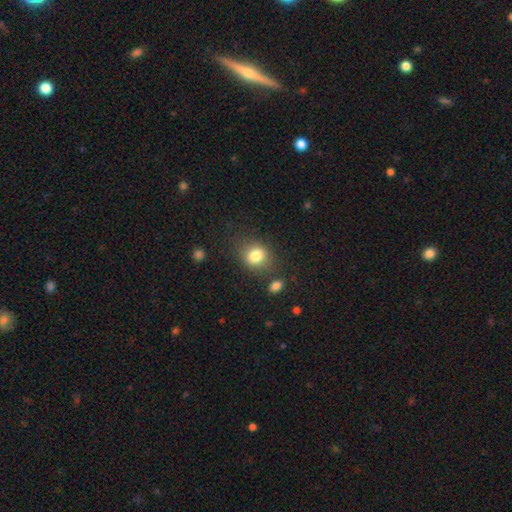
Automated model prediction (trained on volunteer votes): Smooth or featured?
  - smooth: 81% *
  - star or artifact: 11%
  - featured or disk: 8%
How rounded?
  - round: 65% *
  - in between: 34%
  - cigar-shaped: 1%
Merging?
  - none: 77% *
  - minor disturbance: 13%
  - major disturbance: 5%
  - merger: 5%